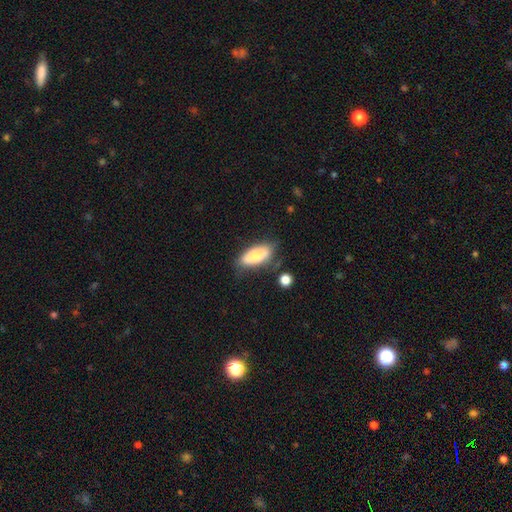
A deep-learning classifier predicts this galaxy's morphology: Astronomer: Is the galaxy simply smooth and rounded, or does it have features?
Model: smooth — 75%.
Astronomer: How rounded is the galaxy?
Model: in between — 80%.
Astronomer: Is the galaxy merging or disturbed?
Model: none — 67%.